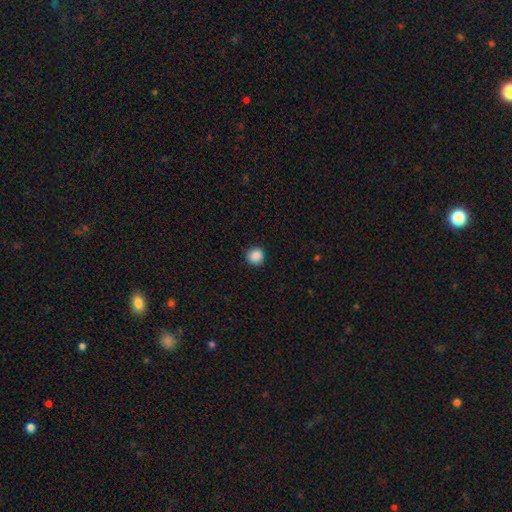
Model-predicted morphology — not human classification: smooth_or_featured: smooth (p=0.88) [alt: star or artifact p=0.09]
how_rounded: round (p=0.92) [alt: in between p=0.07]
merging: none (p=0.89) [alt: minor disturbance p=0.08]